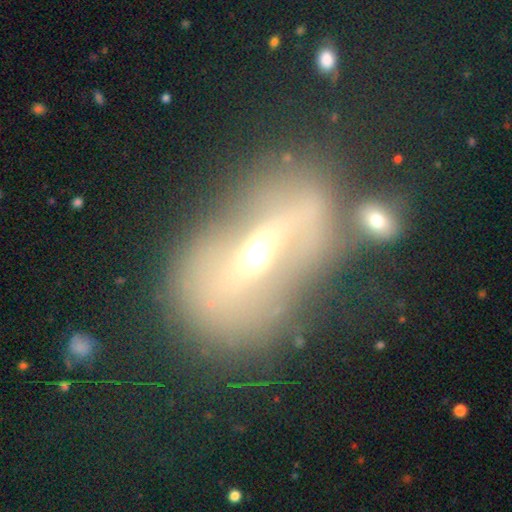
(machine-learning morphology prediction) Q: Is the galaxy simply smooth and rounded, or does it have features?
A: featured or disk — 54%.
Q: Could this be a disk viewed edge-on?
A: no — 72%.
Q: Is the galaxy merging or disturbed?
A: none — 52%.